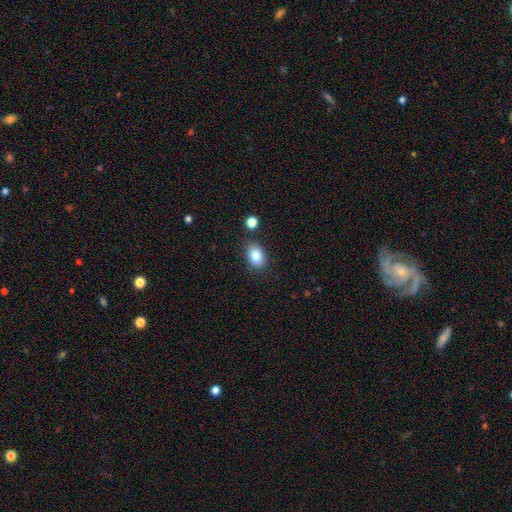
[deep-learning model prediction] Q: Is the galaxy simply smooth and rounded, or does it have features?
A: smooth — 85%.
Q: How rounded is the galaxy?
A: in between — 77%.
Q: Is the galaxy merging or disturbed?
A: none — 80%.